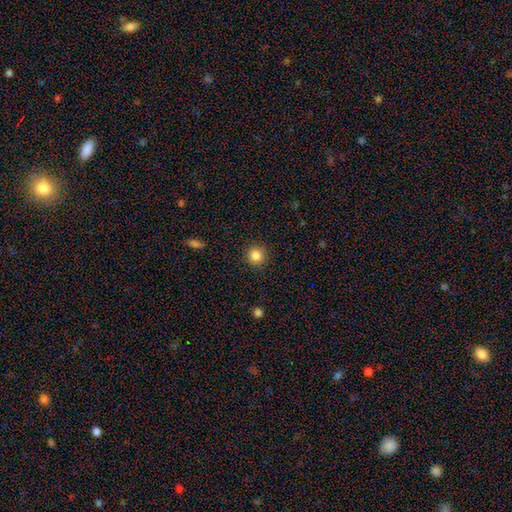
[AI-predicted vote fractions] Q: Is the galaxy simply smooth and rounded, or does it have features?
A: smooth — 84%.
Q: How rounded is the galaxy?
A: round — 94%.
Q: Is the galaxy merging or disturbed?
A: none — 91%.